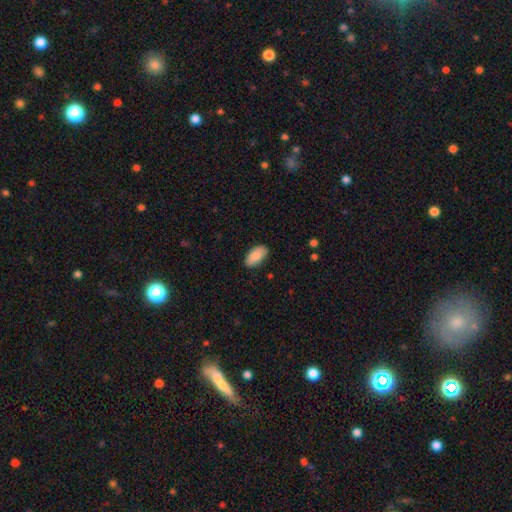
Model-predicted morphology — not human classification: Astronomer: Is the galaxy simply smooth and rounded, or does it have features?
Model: smooth — 87%.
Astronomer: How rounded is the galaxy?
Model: in between — 94%.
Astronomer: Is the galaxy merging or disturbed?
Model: none — 86%.